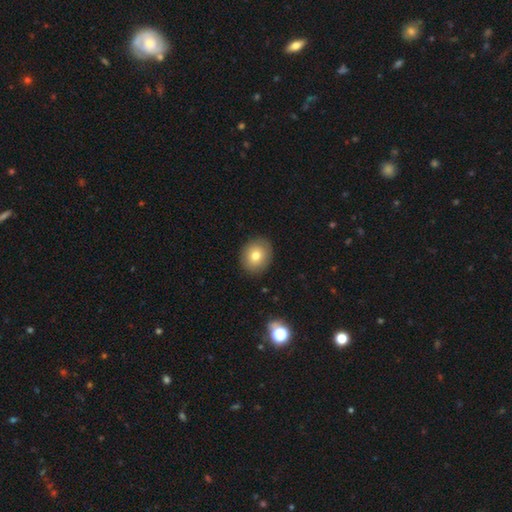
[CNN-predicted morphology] smooth_or_featured: smooth (p=0.76) [alt: featured or disk p=0.14]
how_rounded: round (p=0.69) [alt: in between p=0.30]
merging: none (p=0.88) [alt: minor disturbance p=0.09]